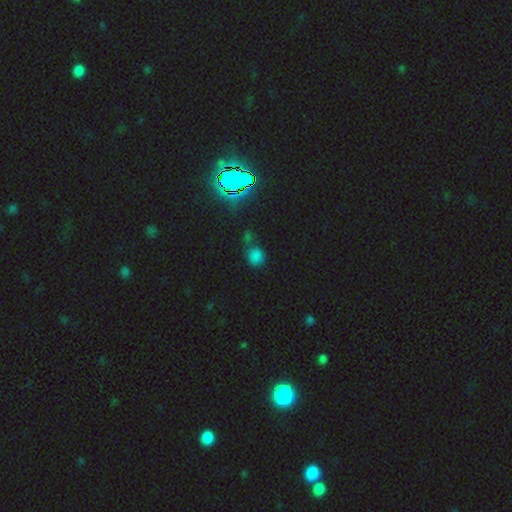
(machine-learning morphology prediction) A smooth galaxy with no disk features (53%) that is round (66%). Merging: none (57%).